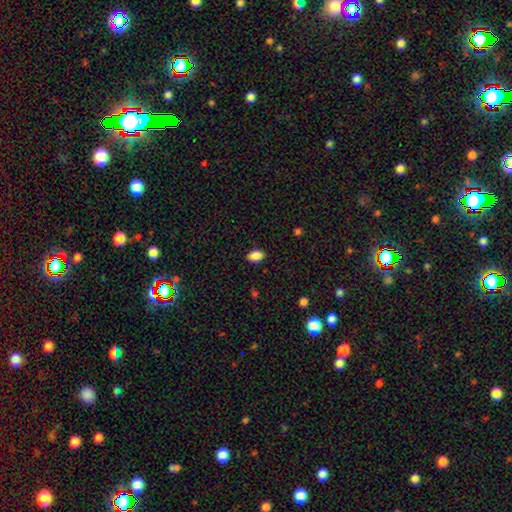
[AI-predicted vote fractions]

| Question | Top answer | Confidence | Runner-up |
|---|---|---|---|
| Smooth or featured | smooth | 87% | star or artifact (9%) |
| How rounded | in between | 83% | round (15%) |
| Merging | none | 87% | minor disturbance (10%) |